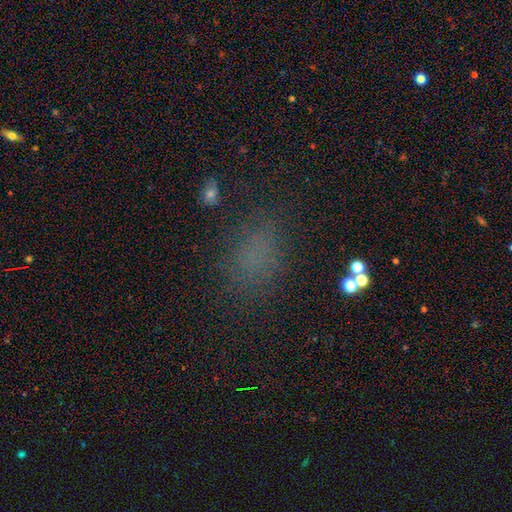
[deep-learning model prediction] smooth_or_featured: smooth (p=0.65) [alt: star or artifact p=0.29]
how_rounded: in between (p=0.74) [alt: round p=0.23]
merging: none (p=0.79) [alt: minor disturbance p=0.13]